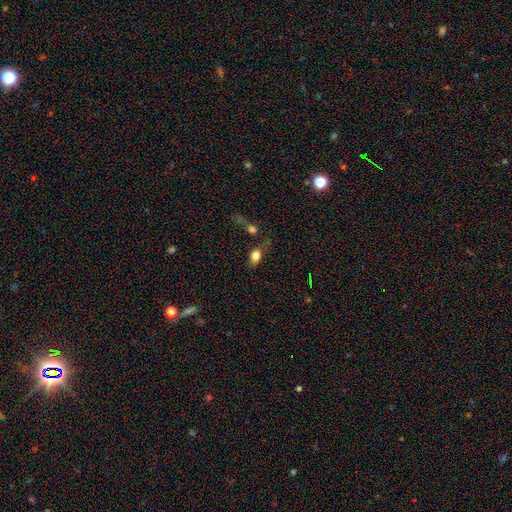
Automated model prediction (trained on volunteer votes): A smooth galaxy with no disk features (81%) that is in between round and cigar-shaped (80%). Merging: none (55%).